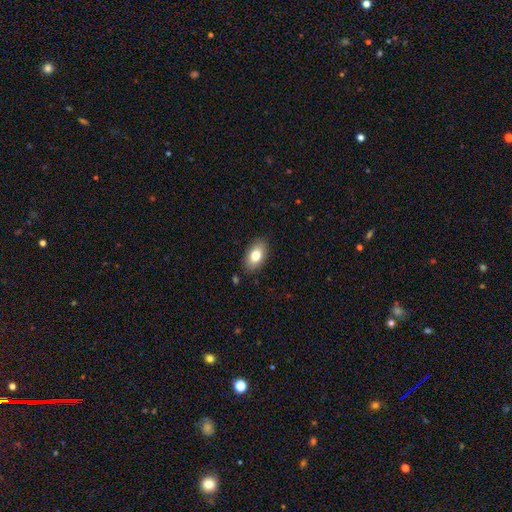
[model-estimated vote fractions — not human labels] A smooth galaxy with no disk features (79%) that is in between round and cigar-shaped (91%). Merging: none (87%).